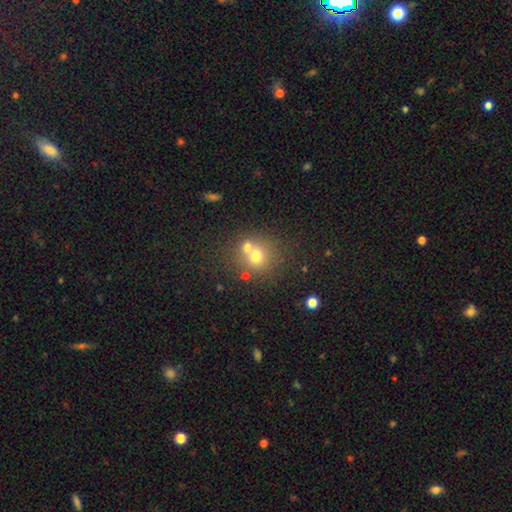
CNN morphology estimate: Smooth or featured? Predicted: smooth (p=0.68). How rounded? Predicted: round (p=0.84). Merging? Predicted: none (p=0.49).